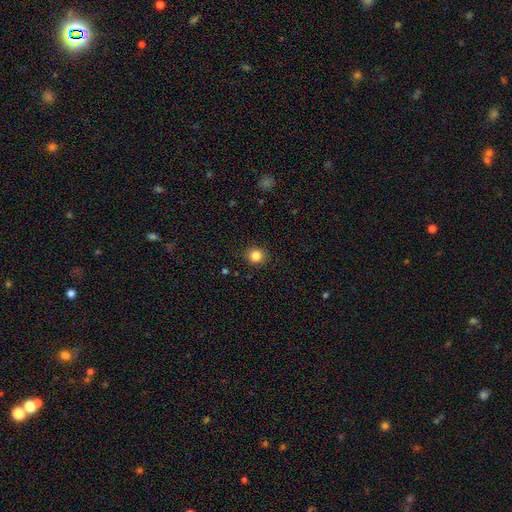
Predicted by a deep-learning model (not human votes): The model was most divided on "smooth or featured": smooth: 84%, star or artifact: 11%, featured or disk: 4%. More confident: merging — none (91%); how rounded — round (90%).